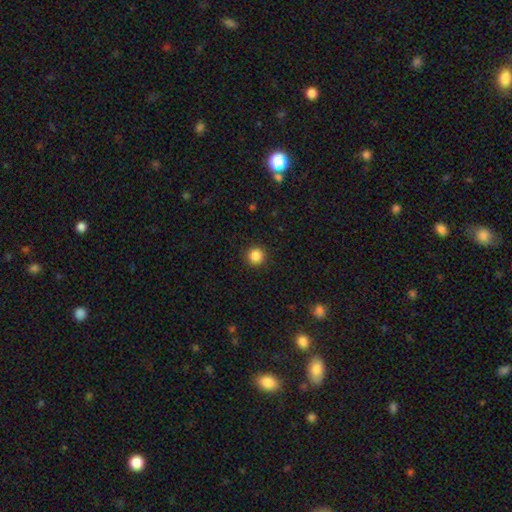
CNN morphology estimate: Smooth or featured? Predicted: smooth (p=0.86). How rounded? Predicted: round (p=0.95). Merging? Predicted: none (p=0.92).